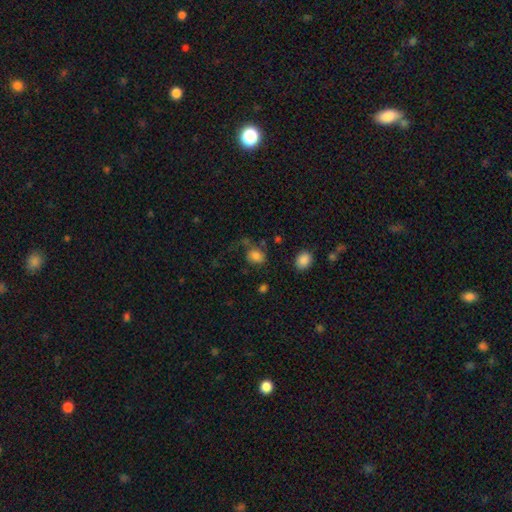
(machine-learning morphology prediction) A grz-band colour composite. It shows a smooth galaxy with no disk features (81%) that is round (54%). Merging: none (59%).